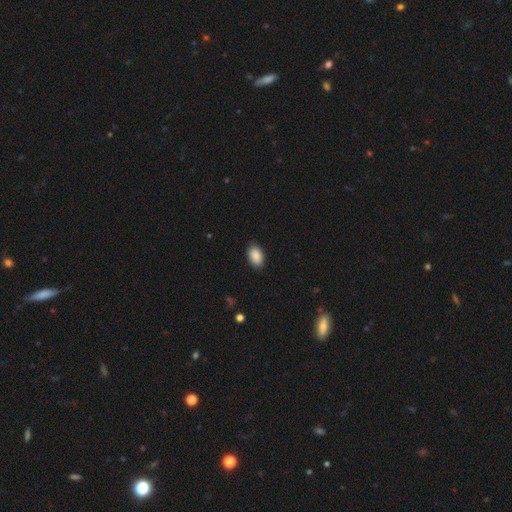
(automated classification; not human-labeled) smooth 90%, star or artifact 7%, featured or disk 3%. Down the decision tree: how rounded — in between (88%); merging — none (88%).